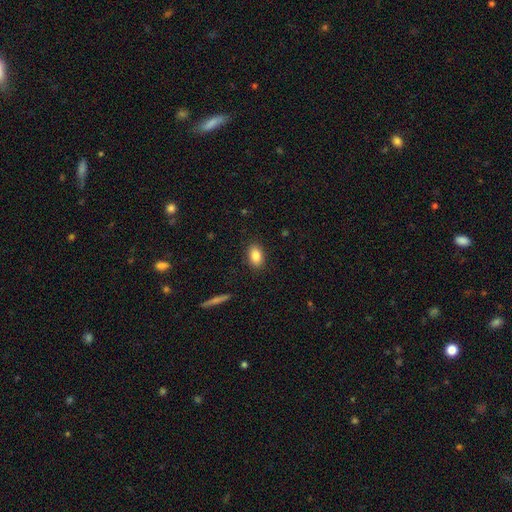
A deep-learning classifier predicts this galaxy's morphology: Smooth or featured?
  - smooth: 85% *
  - star or artifact: 8%
  - featured or disk: 7%
How rounded?
  - in between: 88% *
  - round: 10%
  - cigar-shaped: 2%
Merging?
  - none: 88% *
  - minor disturbance: 8%
  - major disturbance: 2%
  - merger: 1%